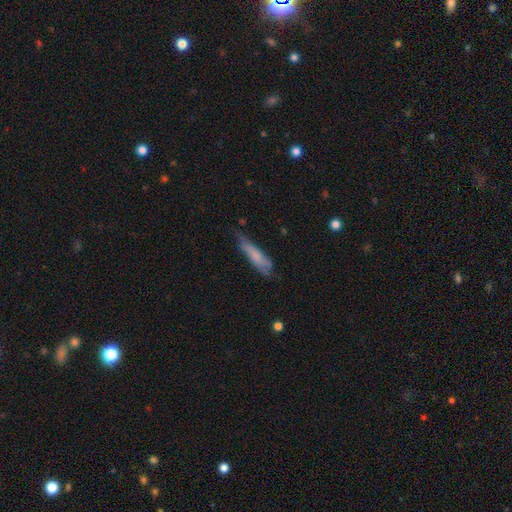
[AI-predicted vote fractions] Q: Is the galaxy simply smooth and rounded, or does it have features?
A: smooth — 65%.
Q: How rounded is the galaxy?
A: cigar-shaped — 78%.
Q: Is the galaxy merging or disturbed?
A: none — 54%.